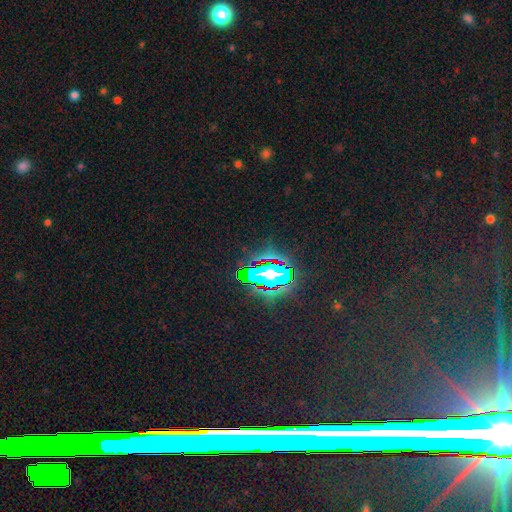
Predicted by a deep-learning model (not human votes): smooth-or-featured: star or artifact: 77% | smooth: 12% | featured or disk: 11%